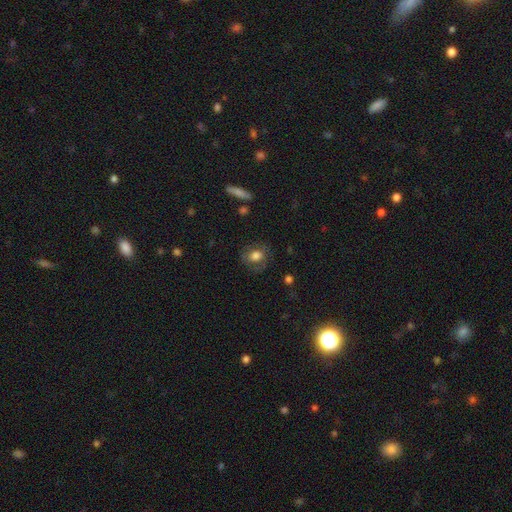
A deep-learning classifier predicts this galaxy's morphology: Smooth or featured? smooth (59%)
How rounded? round (63%)
Merging? none (74%)